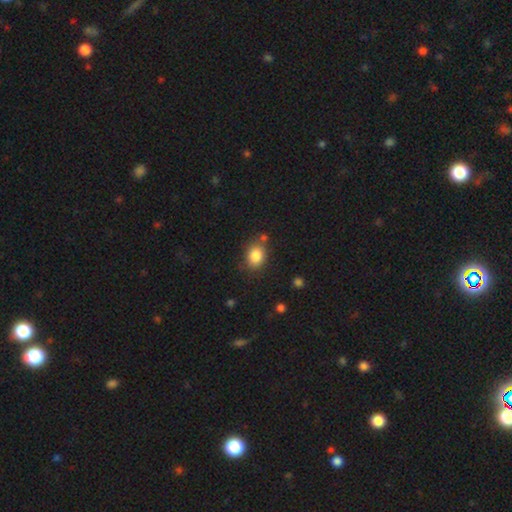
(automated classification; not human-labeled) Morphology: type=smooth (85%); roundness=in between (59%); merging=none (74%).